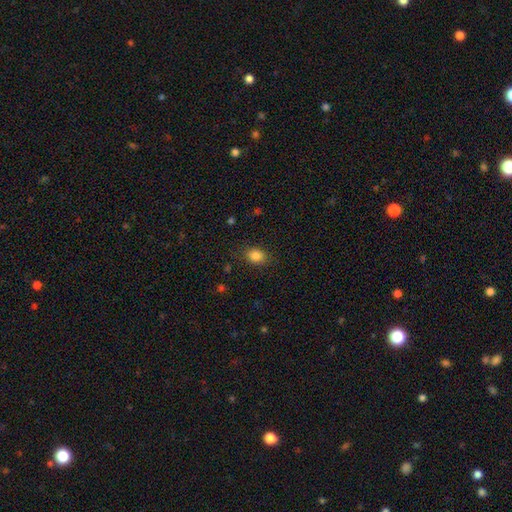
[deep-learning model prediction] Morphology: type=smooth (85%); roundness=in between (62%); merging=none (83%).